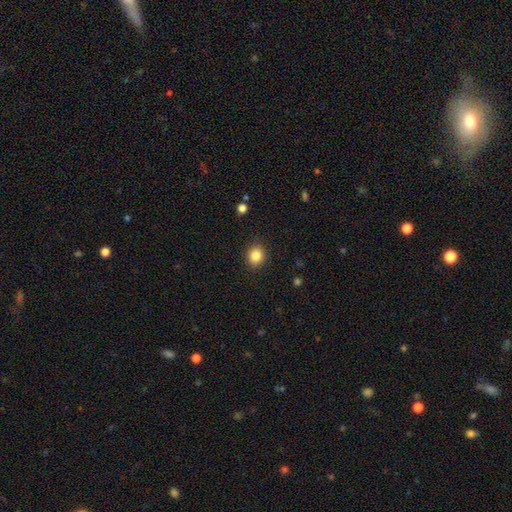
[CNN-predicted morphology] Smooth or featured? Predicted: smooth (p=0.85). How rounded? Predicted: round (p=0.78). Merging? Predicted: none (p=0.89).